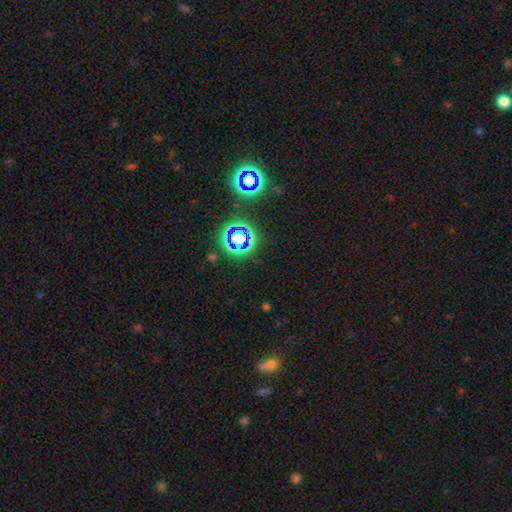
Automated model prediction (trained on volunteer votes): Smooth or featured?
  - star or artifact: 50% *
  - smooth: 42%
  - featured or disk: 8%